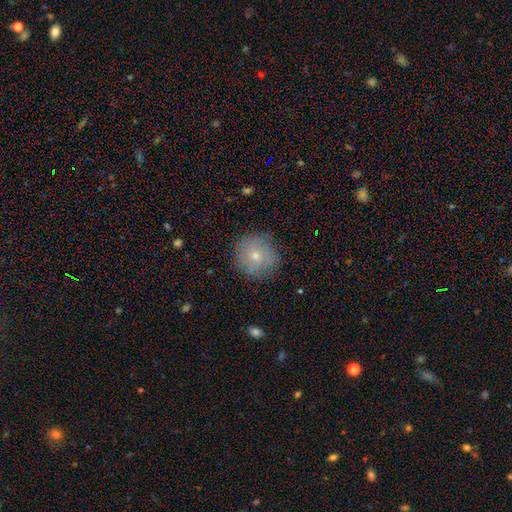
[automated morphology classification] This is likely a smooth galaxy (71%). How rounded: clearly round (93%). Merging: clearly none (83%).